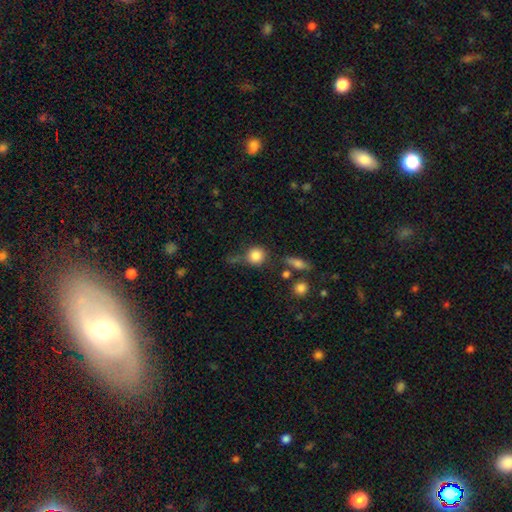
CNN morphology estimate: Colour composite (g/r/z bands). It shows a smooth galaxy with no disk features (83%) that is round (90%). Merging: none (63%).